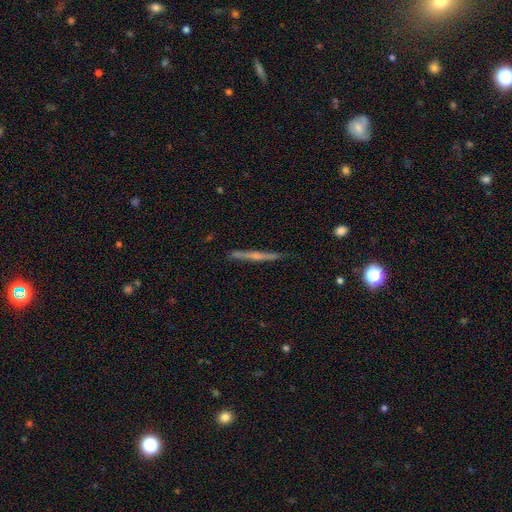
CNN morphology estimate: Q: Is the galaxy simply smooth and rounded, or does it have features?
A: featured or disk — 64%.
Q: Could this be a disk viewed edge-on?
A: yes — 97%.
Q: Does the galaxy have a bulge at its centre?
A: rounded — 50%.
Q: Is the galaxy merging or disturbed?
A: none — 87%.